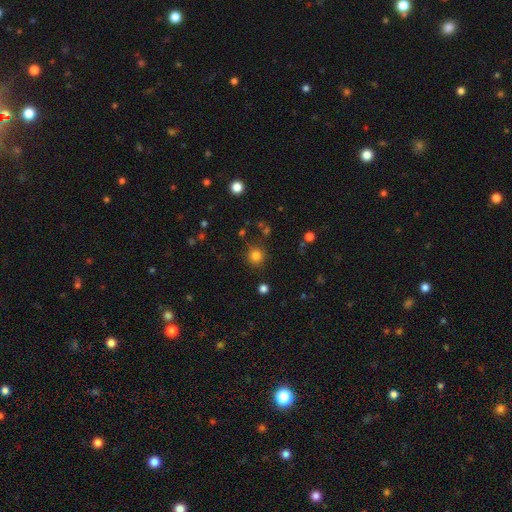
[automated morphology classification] The model was most divided on "smooth or featured": smooth: 81%, star or artifact: 14%, featured or disk: 5%. More confident: how rounded — round (93%); merging — none (88%).